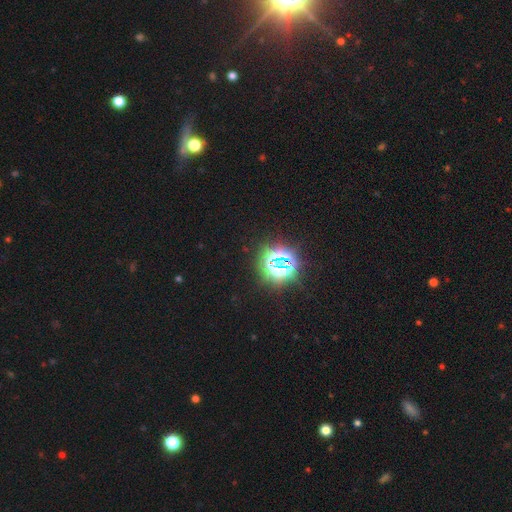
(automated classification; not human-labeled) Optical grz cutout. It shows a star or artifact, not a galaxy (79%).